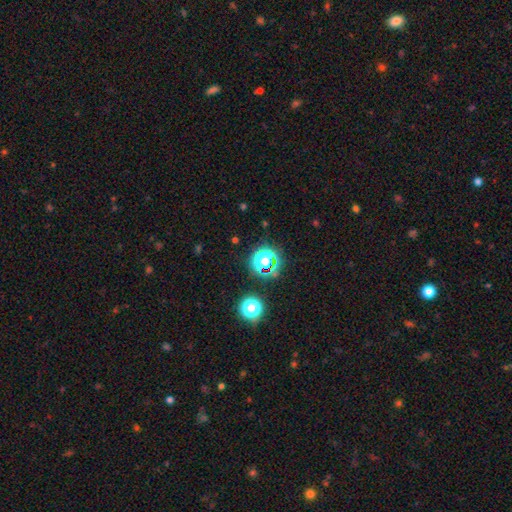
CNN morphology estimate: Overall: star or artifact (54%; smooth 36%).